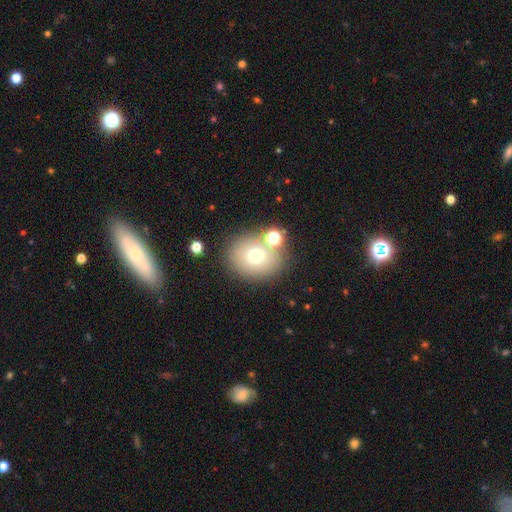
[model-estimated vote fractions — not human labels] This appears to be a smooth galaxy with no disk features (67%) that is round (61%). Merging: none (72%).